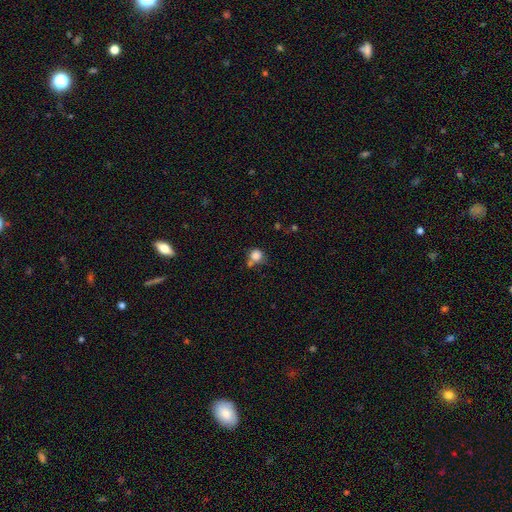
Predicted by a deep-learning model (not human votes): Q: Smooth or featured?
A: smooth (82%); runner-up: star or artifact (11%)
Q: How rounded?
A: round (86%); runner-up: in between (13%)
Q: Merging?
A: none (52%); runner-up: merger (24%)